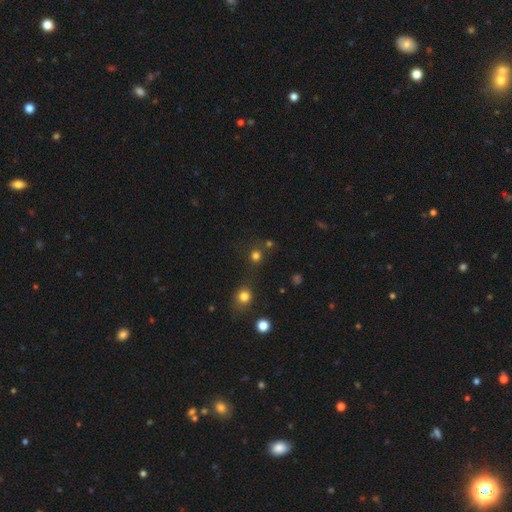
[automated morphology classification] Q: Smooth or featured?
A: smooth (72%); runner-up: star or artifact (22%)
Q: How rounded?
A: round (91%); runner-up: in between (8%)
Q: Merging?
A: none (70%); runner-up: merger (17%)